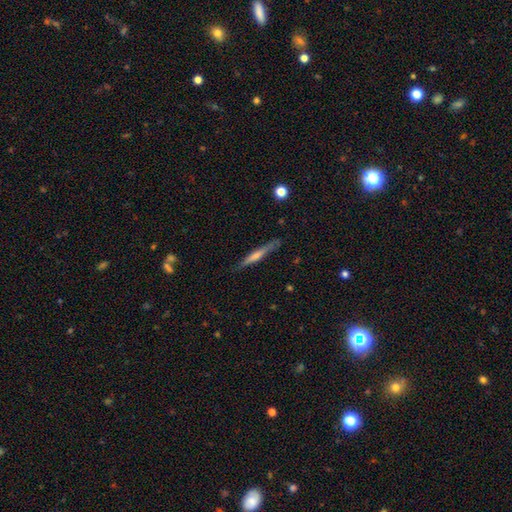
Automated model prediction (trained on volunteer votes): This is possibly a featured or disk galaxy (57%). It is clearly viewed edge-on (96%). Edge-on bulge: possibly rounded (49%). Merging: clearly none (83%).